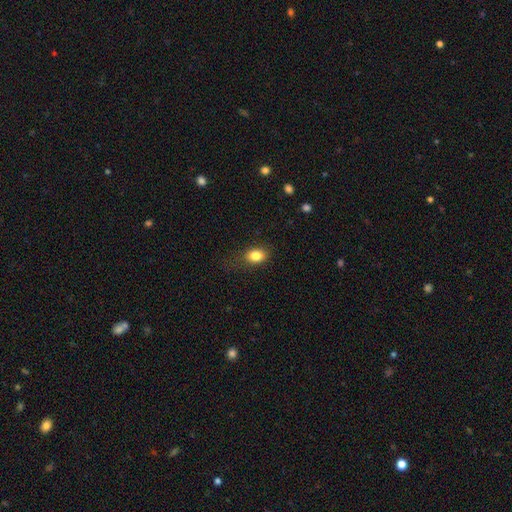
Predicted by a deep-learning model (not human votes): smooth-or-featured: smooth: 83% | star or artifact: 9% | featured or disk: 7%
  how-rounded: in between: 73% | round: 26% | cigar-shaped: 2%
  merging: none: 75% | minor disturbance: 18% | major disturbance: 7% | merger: 1%